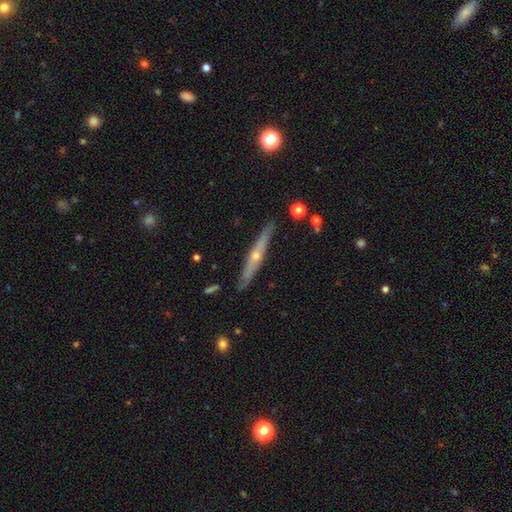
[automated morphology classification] The model was most divided on "smooth or featured": featured or disk: 69%, smooth: 25%, star or artifact: 6%. More confident: edge-on disk — yes (92%); merging — none (87%); edge-on bulge — rounded (77%).